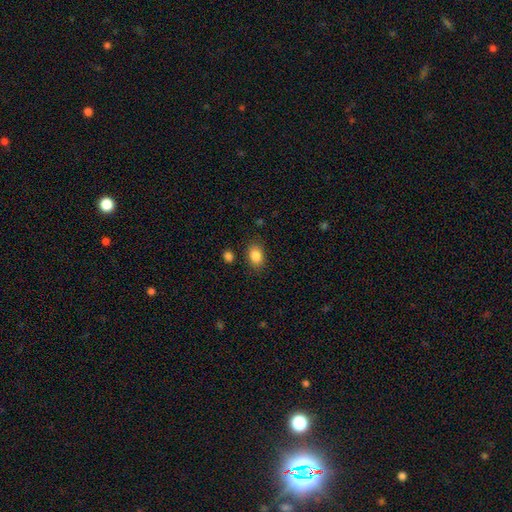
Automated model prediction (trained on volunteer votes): Smooth or featured? smooth (86%)
How rounded? in between (77%)
Merging? none (83%)